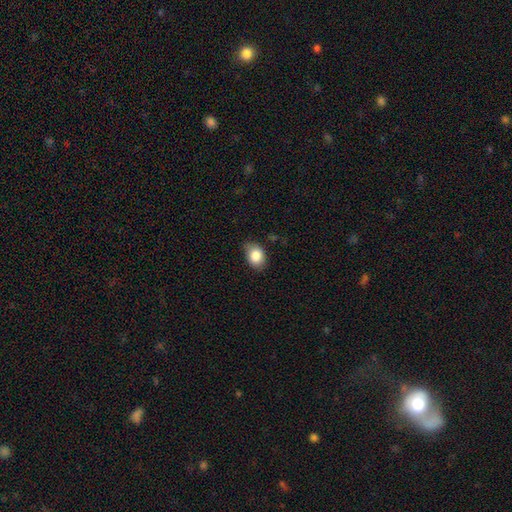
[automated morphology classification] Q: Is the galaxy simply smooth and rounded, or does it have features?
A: smooth — 85%.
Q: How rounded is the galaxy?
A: in between — 72%.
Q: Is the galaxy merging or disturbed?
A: none — 75%.